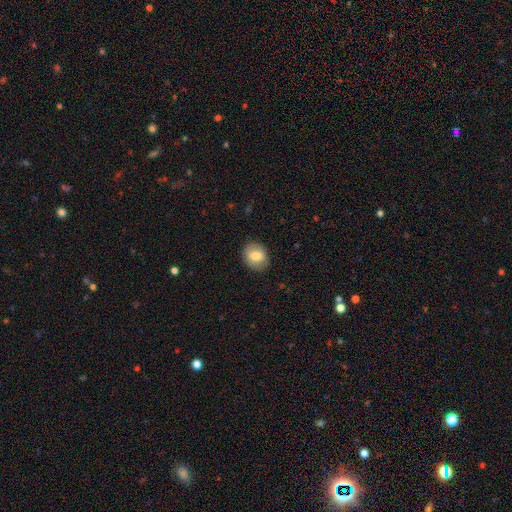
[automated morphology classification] Overall: smooth (75%). How rounded: in between (51%; round 48%). Merging: none (85%).